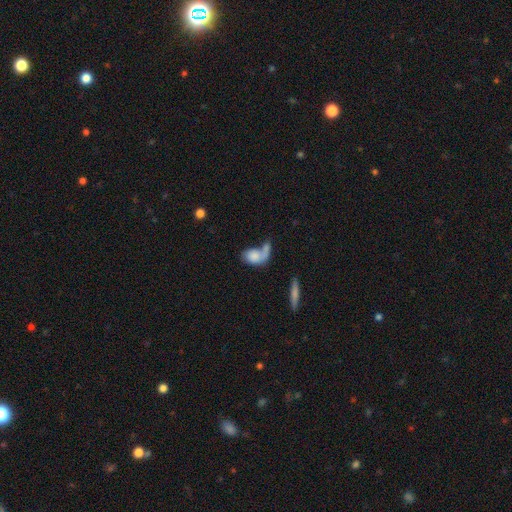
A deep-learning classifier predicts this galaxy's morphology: The model was most divided on "merging": merger: 40%, none: 26%, major disturbance: 21%, minor disturbance: 13%. More confident: how rounded — in between (71%); smooth or featured — smooth (63%).